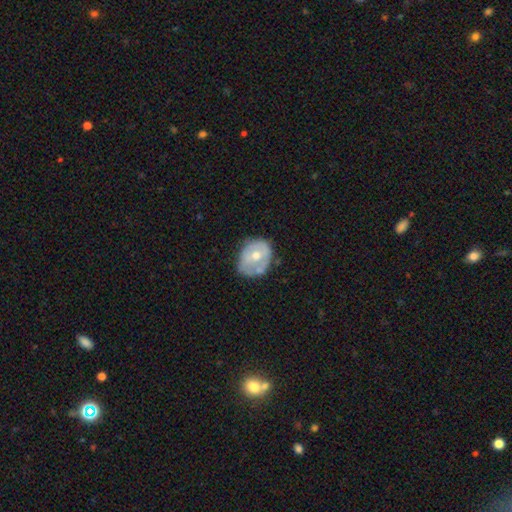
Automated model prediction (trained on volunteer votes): A smooth galaxy with no disk features (48%). Merging: none (43%).